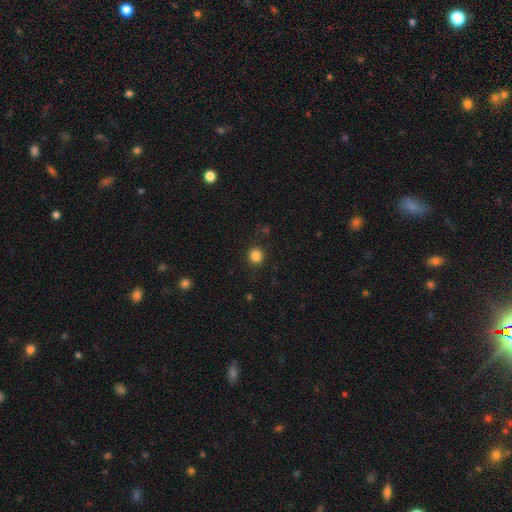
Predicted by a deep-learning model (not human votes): smooth_or_featured: smooth (p=0.85) [alt: star or artifact p=0.11]
how_rounded: round (p=0.86) [alt: in between p=0.13]
merging: none (p=0.89) [alt: minor disturbance p=0.07]